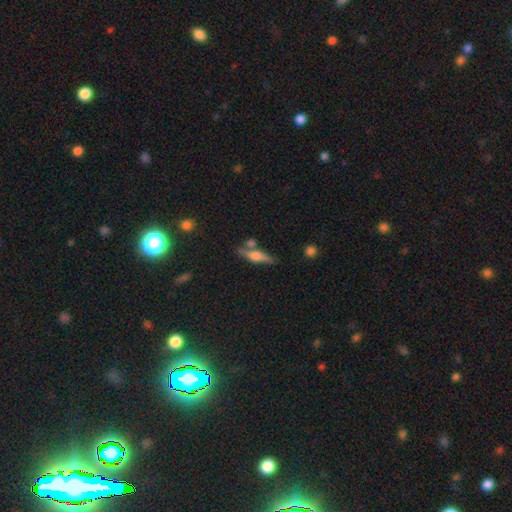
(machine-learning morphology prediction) This appears to be a featured or disk galaxy (48%). Merging: none (67%).